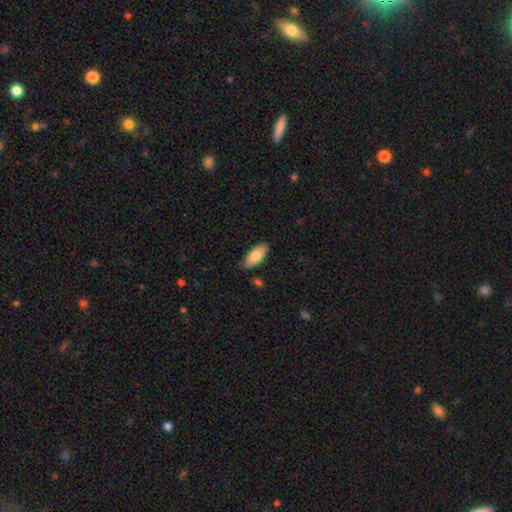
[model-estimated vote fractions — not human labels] Q: Smooth or featured?
A: smooth (81%); runner-up: featured or disk (13%)
Q: How rounded?
A: in between (89%); runner-up: cigar-shaped (9%)
Q: Merging?
A: none (83%); runner-up: minor disturbance (13%)